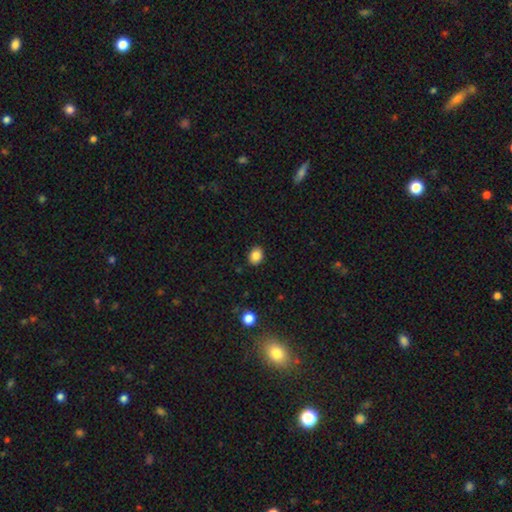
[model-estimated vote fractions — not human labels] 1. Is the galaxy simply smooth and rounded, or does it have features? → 86% smooth, 10% star or artifact, 4% featured or disk.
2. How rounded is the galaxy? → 51% in between, 49% round, 1% cigar-shaped.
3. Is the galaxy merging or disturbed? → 89% none, 8% minor disturbance, 2% major disturbance, 1% merger.